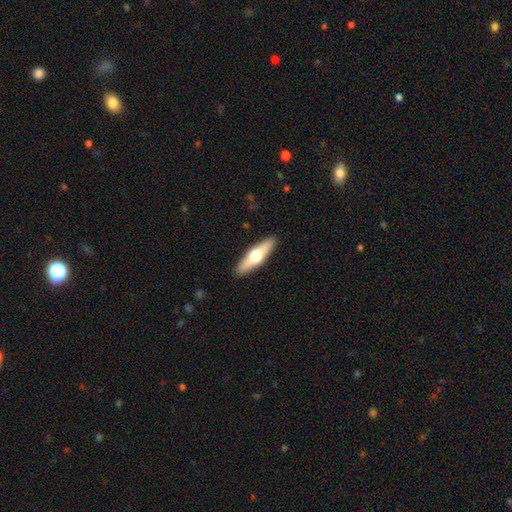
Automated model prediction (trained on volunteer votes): A featured or disk galaxy (48%).

Vote fractions:
- Smooth or featured? featured or disk: 48% / smooth: 47% / star or artifact: 5%
- Merging? none: 90% / minor disturbance: 7% / major disturbance: 2% / merger: 1%